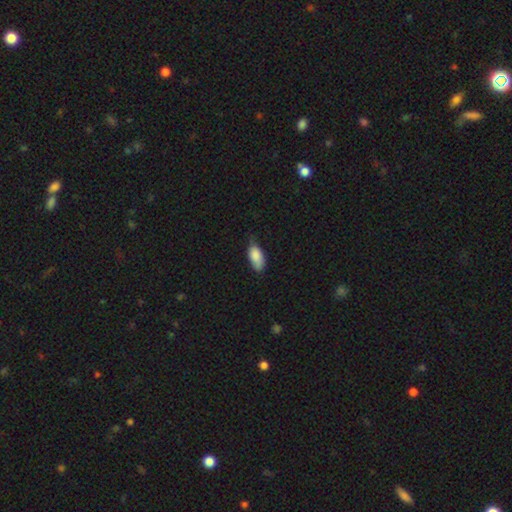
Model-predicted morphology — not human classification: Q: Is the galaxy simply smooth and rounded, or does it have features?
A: smooth — 85%.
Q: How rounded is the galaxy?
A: in between — 91%.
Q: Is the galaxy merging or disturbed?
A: none — 53%.